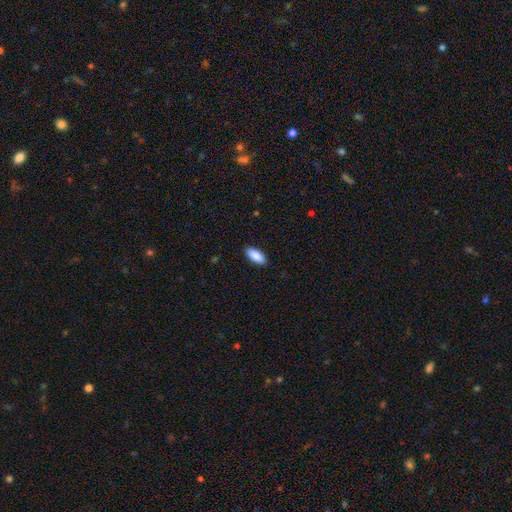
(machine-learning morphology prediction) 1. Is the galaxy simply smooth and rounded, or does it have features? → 90% smooth, 6% star or artifact, 4% featured or disk.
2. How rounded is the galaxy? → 87% in between, 11% cigar-shaped, 2% round.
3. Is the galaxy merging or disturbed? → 90% none, 8% minor disturbance, 2% major disturbance, 1% merger.